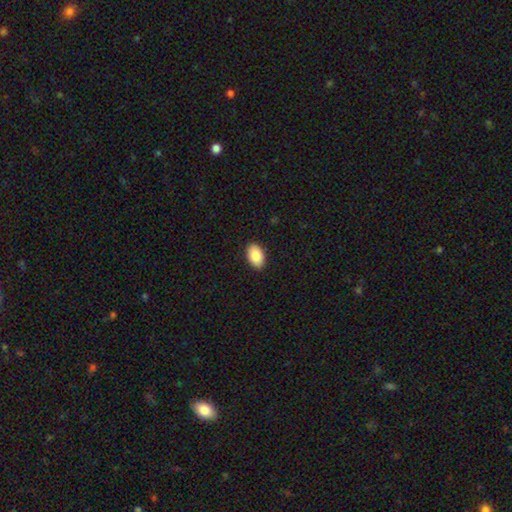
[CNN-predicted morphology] This is clearly a smooth galaxy (86%). How rounded: clearly in between (91%). Merging: clearly none (90%).